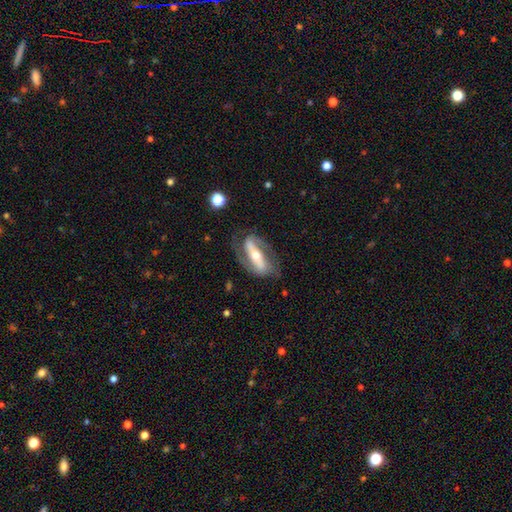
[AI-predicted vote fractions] smooth_or_featured: featured or disk (p=0.82) [alt: smooth p=0.13]
disk_edge_on: no (p=0.87) [alt: yes p=0.13]
bar: strong (p=0.69) [alt: weak p=0.17]
has_spiral_arms: yes (p=0.87) [alt: no p=0.13]
spiral_winding: medium (p=0.45) [alt: tight p=0.30]
spiral_arm_count: 2 (p=0.86) [alt: can't tell p=0.06]
bulge_size: moderate (p=0.62) [alt: small p=0.28]
merging: none (p=0.72) [alt: minor disturbance p=0.16]